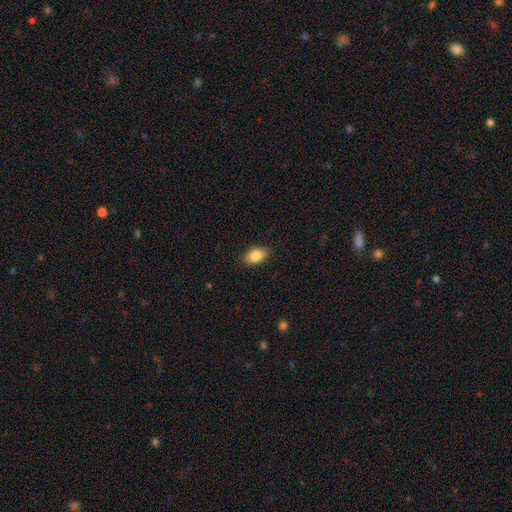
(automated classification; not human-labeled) Overall: smooth (85%). How rounded: in between (90%). Merging: none (88%).